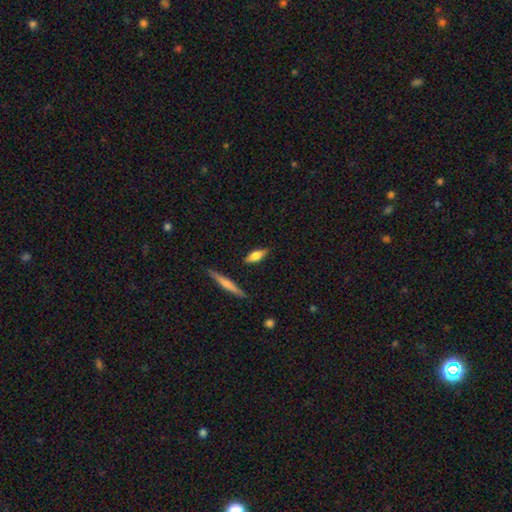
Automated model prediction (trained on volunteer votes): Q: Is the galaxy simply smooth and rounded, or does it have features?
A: smooth — 64%.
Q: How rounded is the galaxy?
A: in between — 59%.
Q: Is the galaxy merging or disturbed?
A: none — 84%.